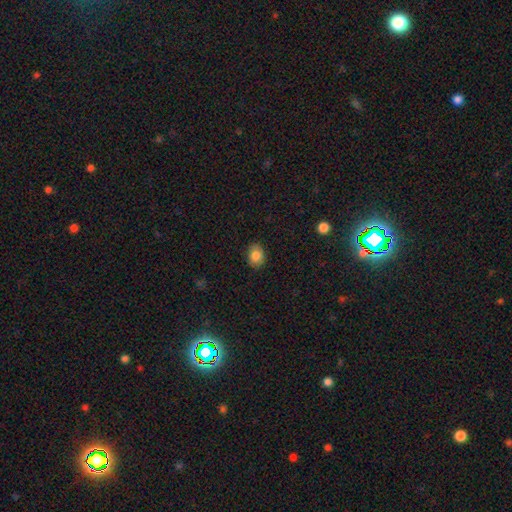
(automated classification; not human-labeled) The model was most divided on "how rounded": in between: 59%, round: 40%, cigar-shaped: 1%. More confident: merging — none (86%); smooth or featured — smooth (84%).